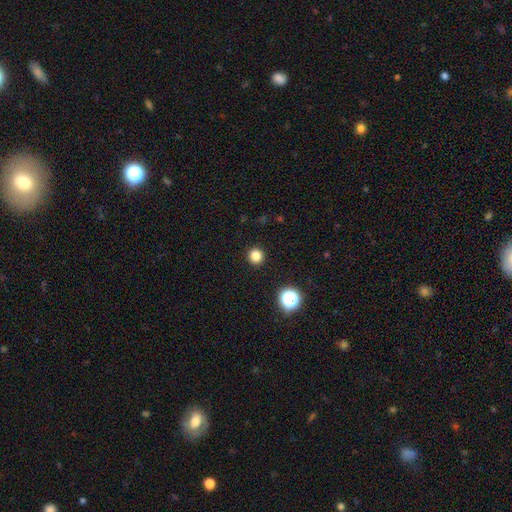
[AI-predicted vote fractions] Smooth or featured? smooth (82%)
How rounded? round (95%)
Merging? none (93%)